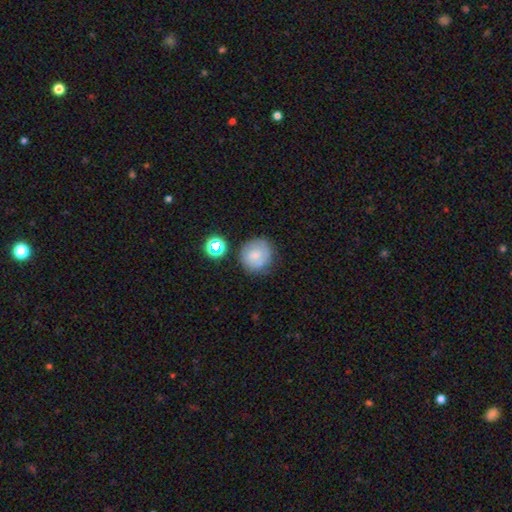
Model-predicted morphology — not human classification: A smooth galaxy with no disk features (62%) that is round (86%).

Vote fractions:
- Smooth or featured? smooth: 62% / featured or disk: 28% / star or artifact: 11%
- How rounded? round: 86% / in between: 13% / cigar-shaped: 1%
- Merging? none: 68% / minor disturbance: 18% / merger: 8% / major disturbance: 6%